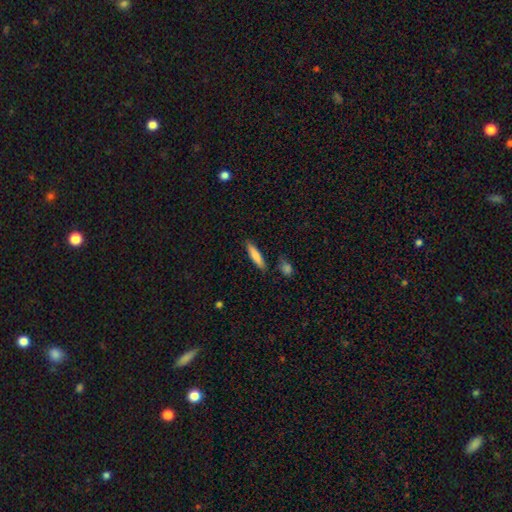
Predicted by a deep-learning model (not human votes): Smooth or featured? Predicted: smooth (p=0.76). How rounded? Predicted: cigar-shaped (p=0.81). Merging? Predicted: none (p=0.83).